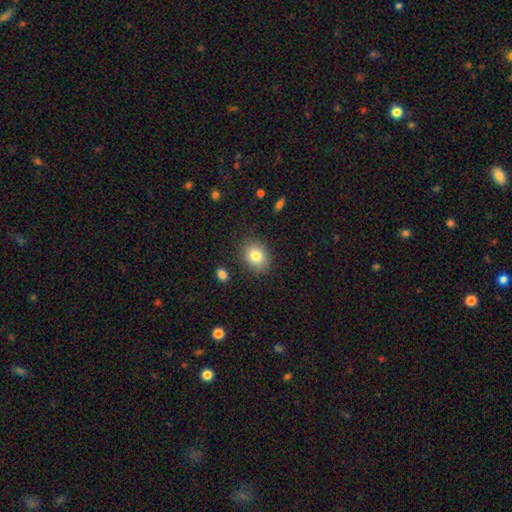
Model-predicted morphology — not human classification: Smooth or featured: smooth — 82% (star or artifact — 9%)
How rounded: in between — 54% (round — 46%)
Merging: none — 86% (minor disturbance — 9%)